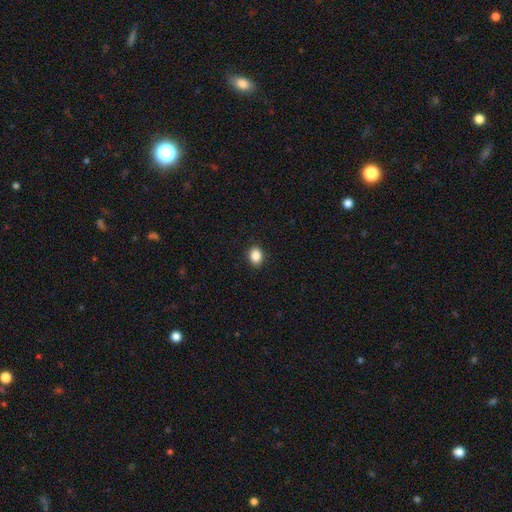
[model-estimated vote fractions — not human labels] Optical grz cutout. It shows a smooth galaxy with no disk features (87%) that is in between round and cigar-shaped (50%). Merging: none (90%).